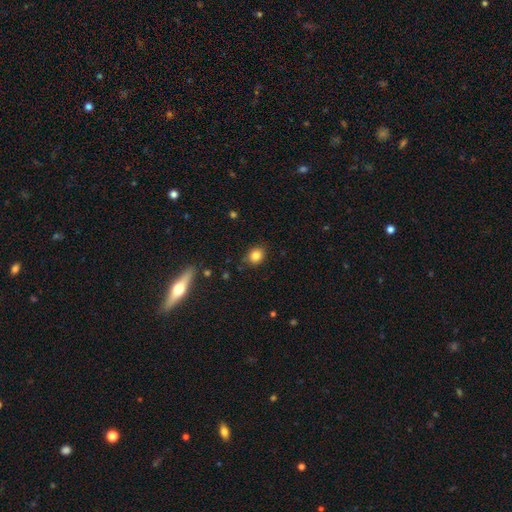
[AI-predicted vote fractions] This is clearly a smooth galaxy (83%). How rounded: likely round (67%). Merging: clearly none (82%).